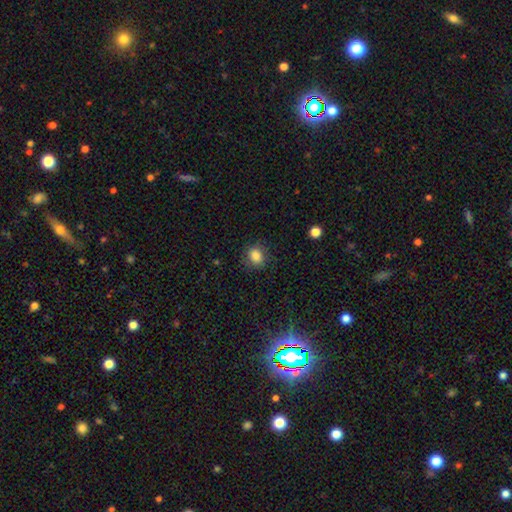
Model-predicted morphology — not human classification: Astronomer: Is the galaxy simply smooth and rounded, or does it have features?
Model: smooth — 83%.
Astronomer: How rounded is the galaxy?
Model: round — 63%.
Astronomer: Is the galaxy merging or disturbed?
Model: none — 80%.